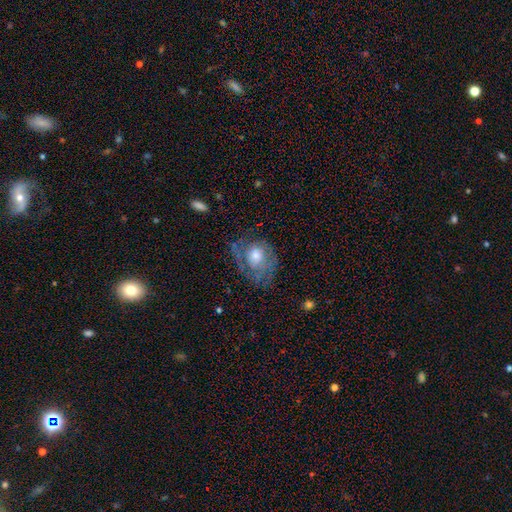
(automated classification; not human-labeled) Overall: featured or disk (58%; smooth 33%). Edge-on disk: no (96%). Bar: no (78%). Spiral arms: yes (64%; no 36%). Bulge size: moderate (56%; large 20%). Merging: none (55%; minor disturbance 23%).